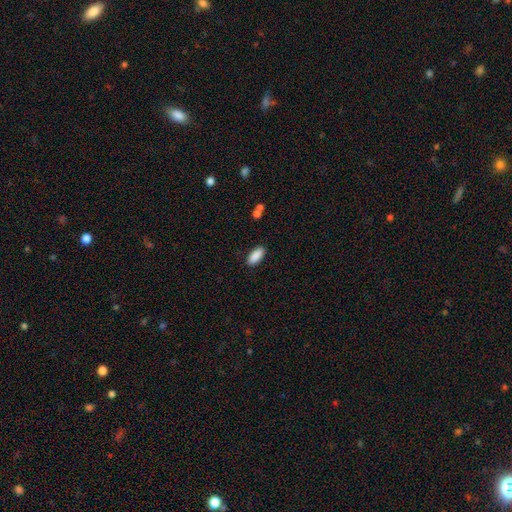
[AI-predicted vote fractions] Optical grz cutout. It shows a smooth galaxy with no disk features (89%) that is in between round and cigar-shaped (81%). Merging: none (88%).